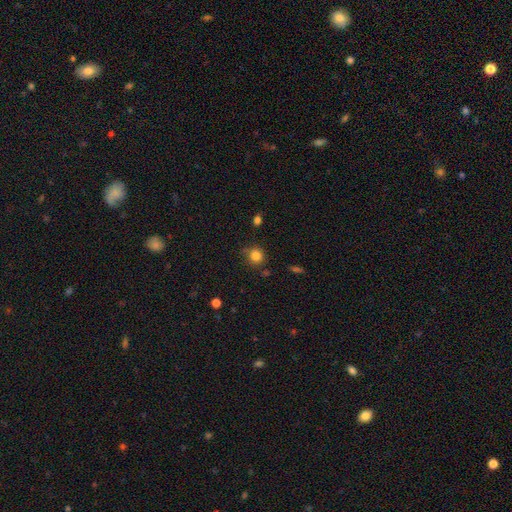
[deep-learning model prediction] smooth 83%, star or artifact 12%, featured or disk 5%. Down the decision tree: how rounded — round (90%); merging — none (75%).